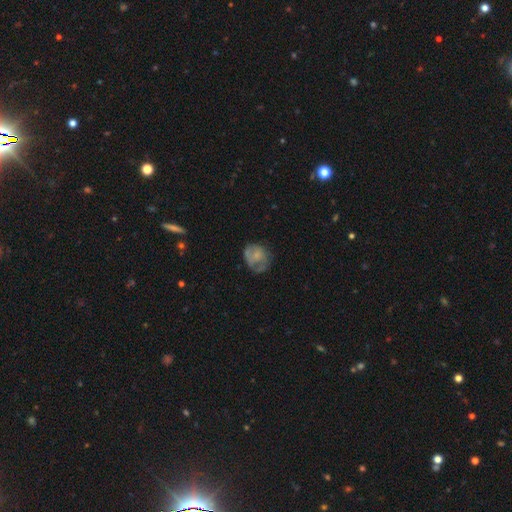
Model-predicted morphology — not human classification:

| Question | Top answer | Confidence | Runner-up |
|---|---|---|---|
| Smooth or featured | smooth | 58% | featured or disk (33%) |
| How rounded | round | 64% | in between (35%) |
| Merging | none | 48% | minor disturbance (28%) |